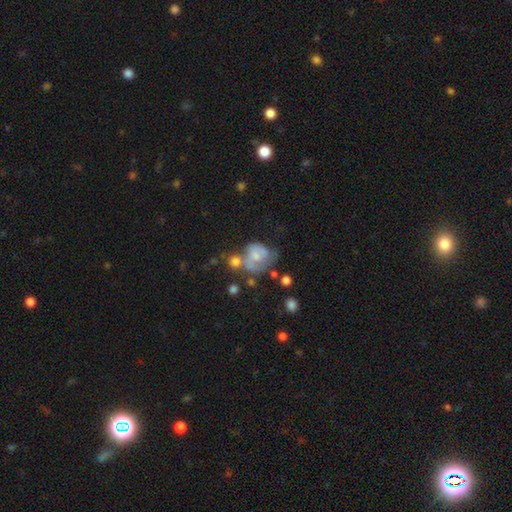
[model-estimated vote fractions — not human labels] Smooth or featured: featured or disk — 49% (smooth — 41%)
Merging: none — 28% (merger — 27%)